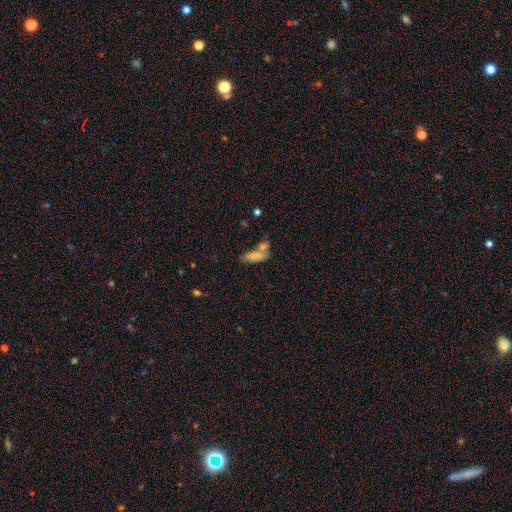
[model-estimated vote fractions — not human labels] Smooth or featured? Predicted: smooth (p=0.80). How rounded? Predicted: in between (p=0.67). Merging? Predicted: none (p=0.44).